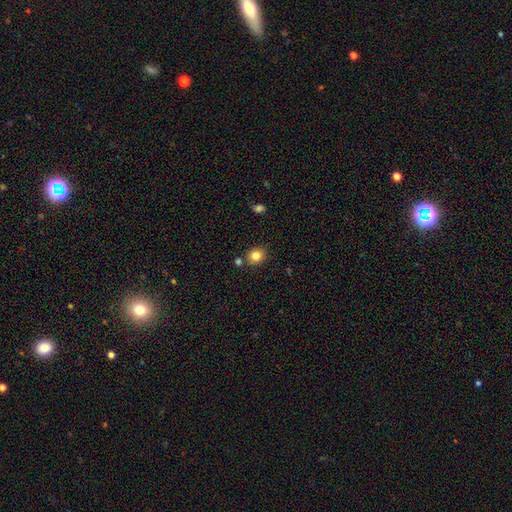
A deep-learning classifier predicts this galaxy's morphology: A smooth galaxy with no disk features (83%) that is round (70%).

Vote fractions:
- Smooth or featured? smooth: 83% / star or artifact: 11% / featured or disk: 6%
- How rounded? round: 70% / in between: 29% / cigar-shaped: 1%
- Merging? none: 79% / minor disturbance: 10% / merger: 8% / major disturbance: 3%